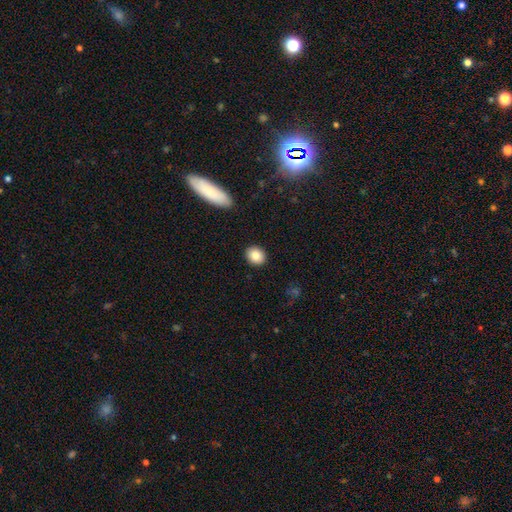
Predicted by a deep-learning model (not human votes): A smooth galaxy with no disk features (85%) that is round (66%). Merging: none (90%).